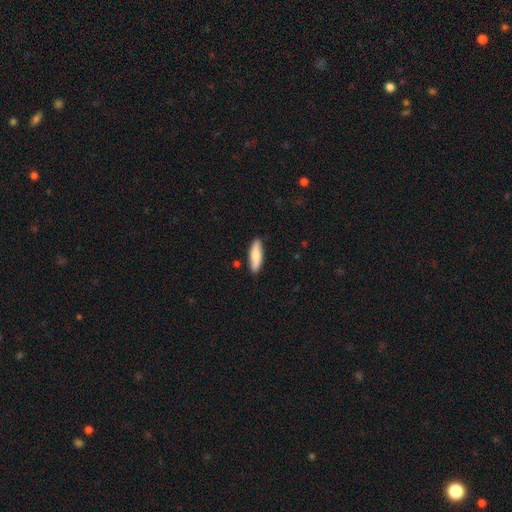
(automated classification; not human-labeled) smooth-or-featured: smooth: 76% | featured or disk: 18% | star or artifact: 6%
  how-rounded: cigar-shaped: 56% | in between: 42% | round: 2%
  merging: none: 85% | minor disturbance: 11% | major disturbance: 2% | merger: 2%